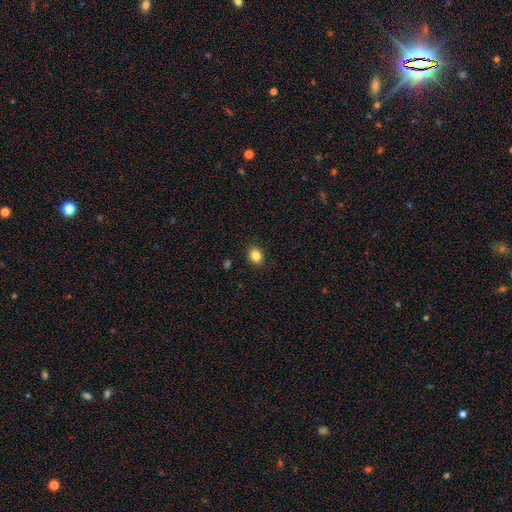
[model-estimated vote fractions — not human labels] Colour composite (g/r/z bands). It shows a smooth galaxy with no disk features (85%) that is round (56%). Merging: none (90%).